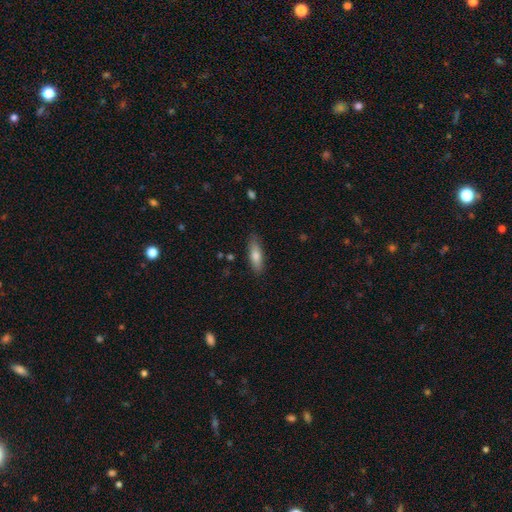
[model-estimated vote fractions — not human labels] Smooth or featured?
  - smooth: 76% *
  - featured or disk: 18%
  - star or artifact: 6%
How rounded?
  - cigar-shaped: 51% *
  - in between: 47%
  - round: 2%
Merging?
  - none: 85% *
  - minor disturbance: 11%
  - major disturbance: 2%
  - merger: 1%